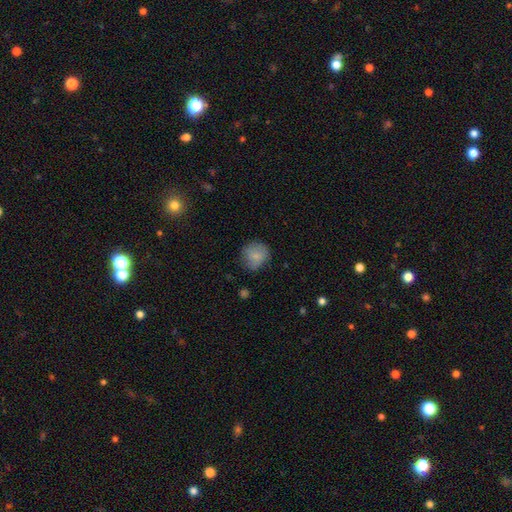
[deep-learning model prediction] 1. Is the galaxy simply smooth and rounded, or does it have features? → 80% smooth, 12% featured or disk, 9% star or artifact.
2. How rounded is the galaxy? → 83% round, 16% in between, 1% cigar-shaped.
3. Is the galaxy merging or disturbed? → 71% none, 22% minor disturbance, 6% major disturbance, 2% merger.